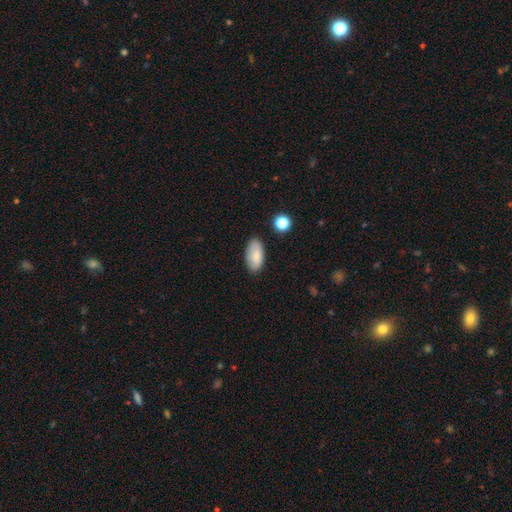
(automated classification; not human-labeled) Smooth or featured?
  - smooth: 82% *
  - featured or disk: 11%
  - star or artifact: 7%
How rounded?
  - in between: 94% *
  - cigar-shaped: 3%
  - round: 3%
Merging?
  - none: 81% *
  - minor disturbance: 14%
  - major disturbance: 3%
  - merger: 2%